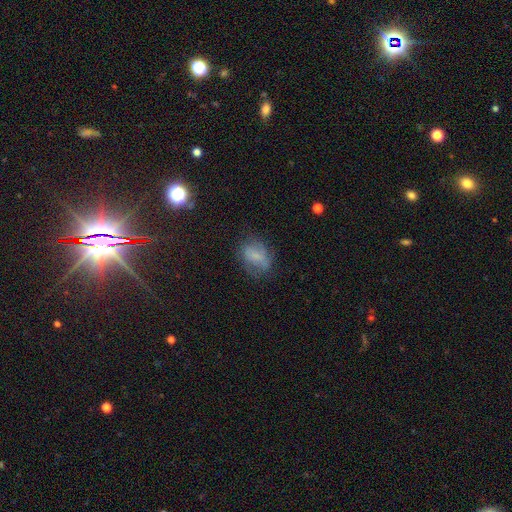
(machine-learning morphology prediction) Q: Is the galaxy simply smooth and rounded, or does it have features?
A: smooth — 59%.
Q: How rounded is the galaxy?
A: in between — 73%.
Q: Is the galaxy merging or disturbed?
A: none — 62%.